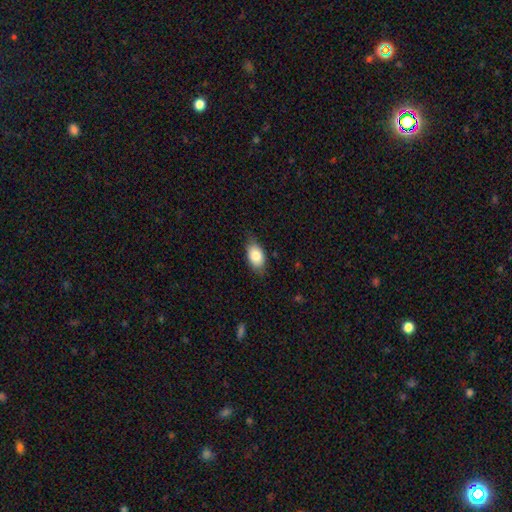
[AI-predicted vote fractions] Smooth or featured? Predicted: smooth (p=0.83). How rounded? Predicted: in between (p=0.90). Merging? Predicted: none (p=0.75).